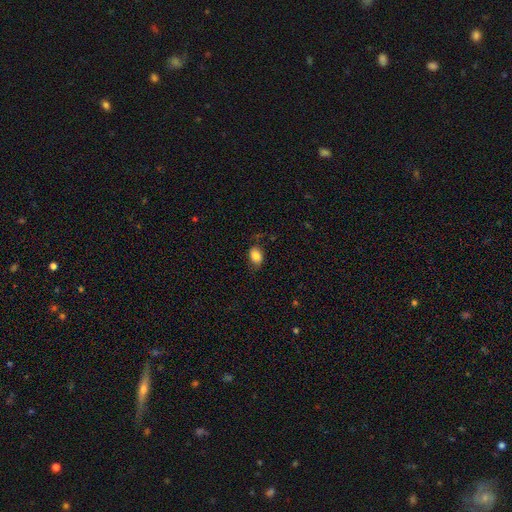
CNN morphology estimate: The model was most divided on "merging": none: 73%, minor disturbance: 20%, major disturbance: 6%, merger: 2%. More confident: smooth or featured — smooth (83%); how rounded — in between (78%).